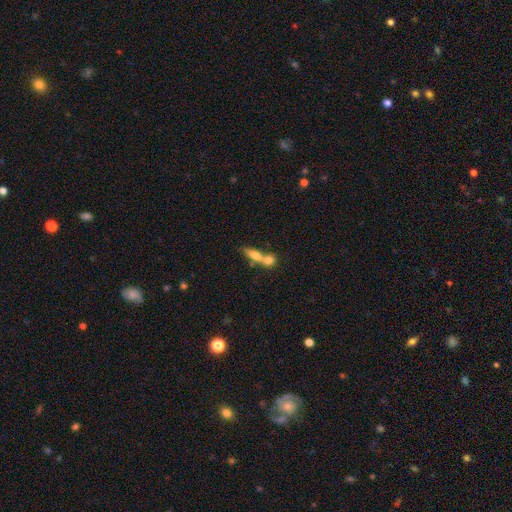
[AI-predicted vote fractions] smooth_or_featured: smooth (p=0.57) [alt: featured or disk p=0.34]
how_rounded: cigar-shaped (p=0.51) [alt: in between p=0.38]
merging: merger (p=0.57) [alt: none p=0.31]